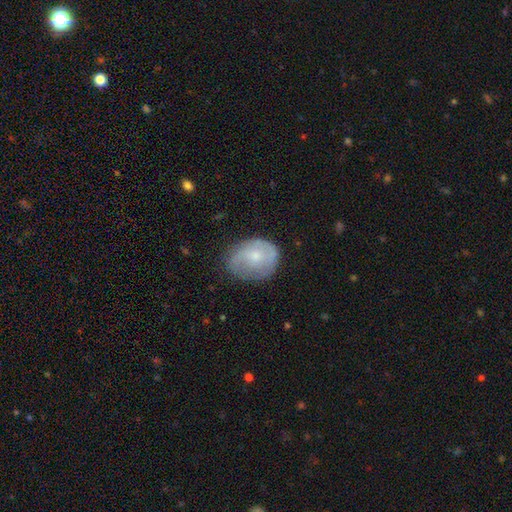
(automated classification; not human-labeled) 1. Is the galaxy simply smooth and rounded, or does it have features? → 50% smooth, 43% featured or disk, 7% star or artifact.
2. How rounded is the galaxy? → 56% in between, 43% round, 1% cigar-shaped.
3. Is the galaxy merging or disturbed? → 58% none, 29% minor disturbance, 11% major disturbance, 1% merger.